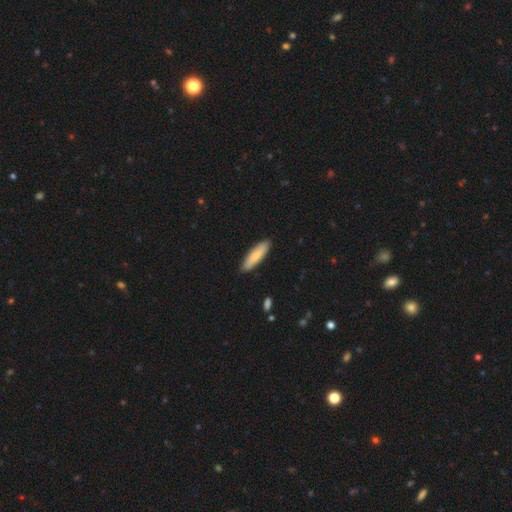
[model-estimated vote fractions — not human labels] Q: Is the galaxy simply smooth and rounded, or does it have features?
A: smooth — 81%.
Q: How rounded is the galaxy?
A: cigar-shaped — 63%.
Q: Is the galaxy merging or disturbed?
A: none — 87%.